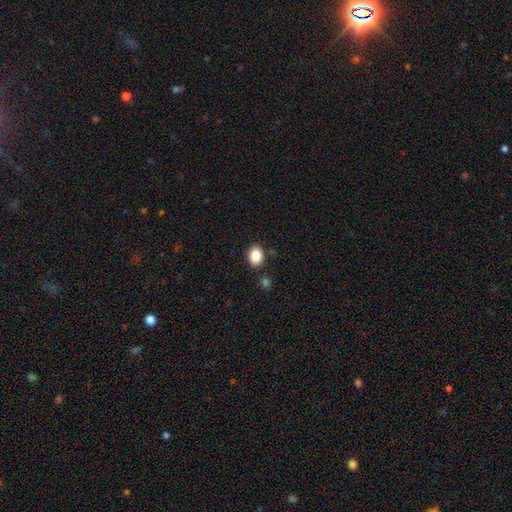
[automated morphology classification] This is clearly a smooth galaxy (87%). How rounded: likely in between (66%). Merging: clearly none (84%).